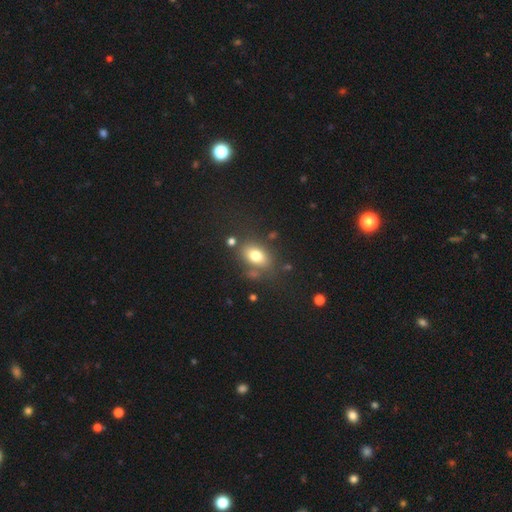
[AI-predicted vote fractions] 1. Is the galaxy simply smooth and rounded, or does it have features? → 77% smooth, 12% featured or disk, 11% star or artifact.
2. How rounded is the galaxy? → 77% in between, 21% round, 2% cigar-shaped.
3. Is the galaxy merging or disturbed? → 73% none, 14% minor disturbance, 8% merger, 5% major disturbance.